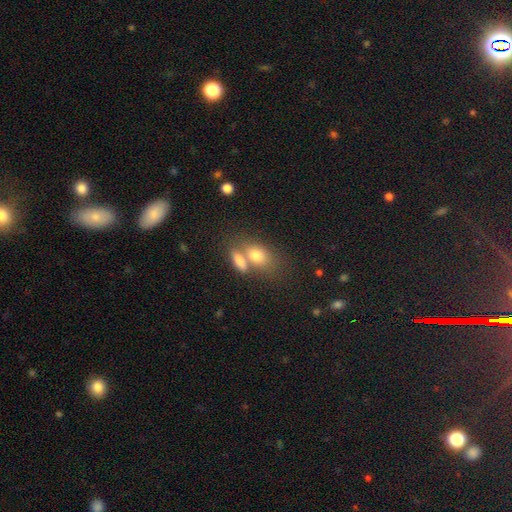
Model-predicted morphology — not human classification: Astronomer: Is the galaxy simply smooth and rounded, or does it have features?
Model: smooth — 76%.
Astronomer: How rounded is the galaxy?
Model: in between — 77%.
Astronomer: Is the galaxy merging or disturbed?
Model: merger — 51% (runner-up: none, 34%).